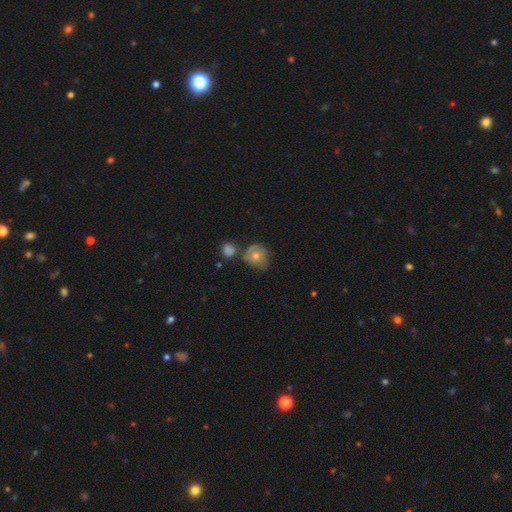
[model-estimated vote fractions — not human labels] smooth_or_featured: smooth (p=0.51) [alt: featured or disk p=0.36]
how_rounded: round (p=0.79) [alt: in between p=0.20]
merging: none (p=0.60) [alt: minor disturbance p=0.17]